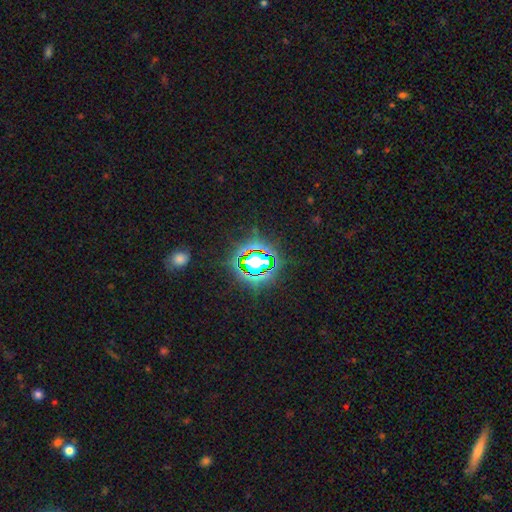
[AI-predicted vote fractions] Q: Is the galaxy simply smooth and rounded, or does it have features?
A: star or artifact — 77%.